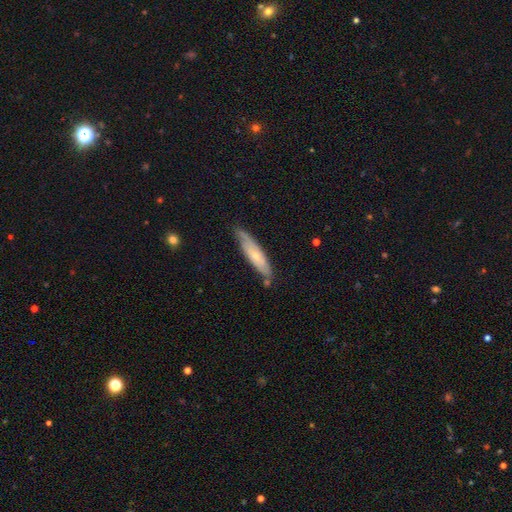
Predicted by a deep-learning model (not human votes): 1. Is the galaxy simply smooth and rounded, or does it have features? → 49% featured or disk, 45% smooth, 6% star or artifact.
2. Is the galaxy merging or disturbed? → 67% none, 24% minor disturbance, 5% major disturbance, 4% merger.